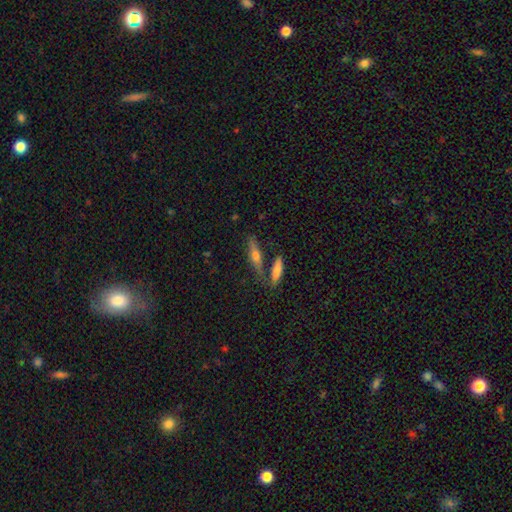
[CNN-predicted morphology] type=smooth (47%); merging=none (67%).